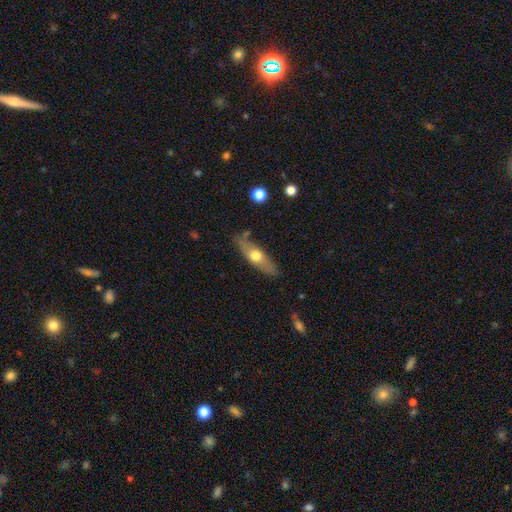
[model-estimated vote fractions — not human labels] Smooth or featured: smooth — 49% (featured or disk — 45%)
Merging: none — 78% (minor disturbance — 16%)